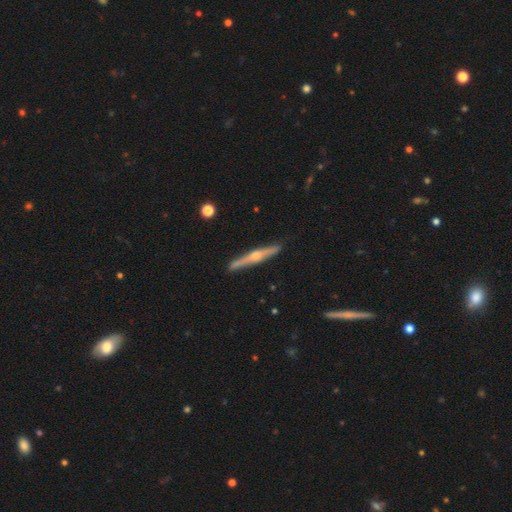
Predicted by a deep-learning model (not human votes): Smooth or featured? featured or disk (75%)
Edge-on disk? yes (98%)
Edge-on bulge? rounded (90%)
Merging? none (90%)